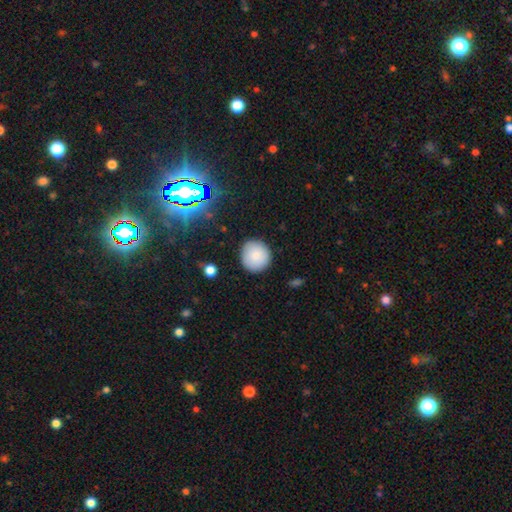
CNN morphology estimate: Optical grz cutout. It shows a smooth galaxy with no disk features (85%) that is round (93%). Merging: none (89%).